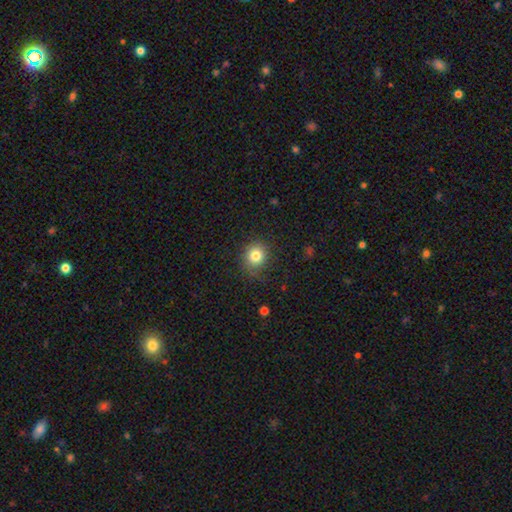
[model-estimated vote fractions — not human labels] Smooth or featured: smooth — 80% (star or artifact — 12%)
How rounded: round — 84% (in between — 15%)
Merging: none — 80% (minor disturbance — 14%)